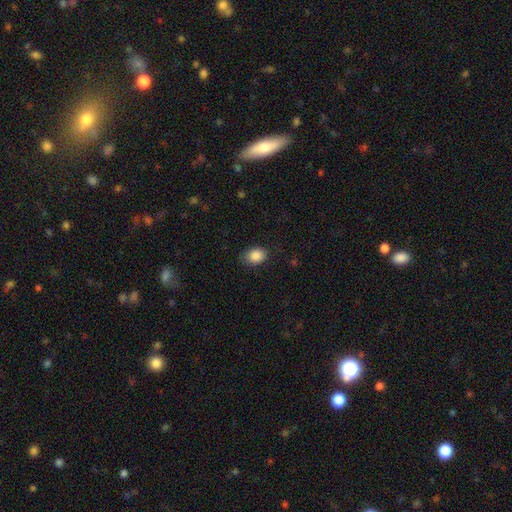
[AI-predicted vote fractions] A smooth galaxy with no disk features (87%) that is in between round and cigar-shaped (64%). Merging: none (76%).